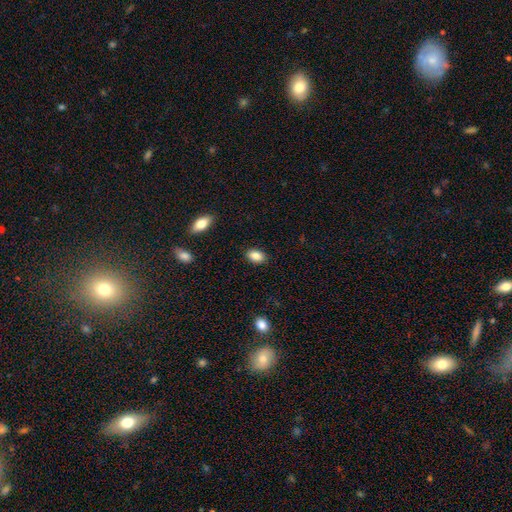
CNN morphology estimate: Smooth or featured? Predicted: smooth (p=0.87). How rounded? Predicted: in between (p=0.88). Merging? Predicted: none (p=0.88).